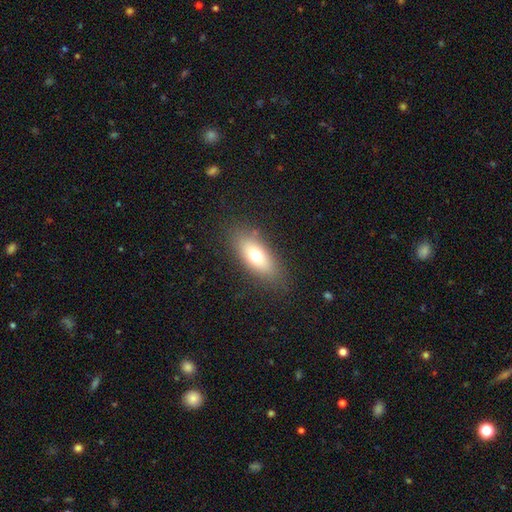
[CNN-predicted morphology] This is likely a smooth galaxy (70%). How rounded: likely in between (77%). Merging: clearly none (82%).